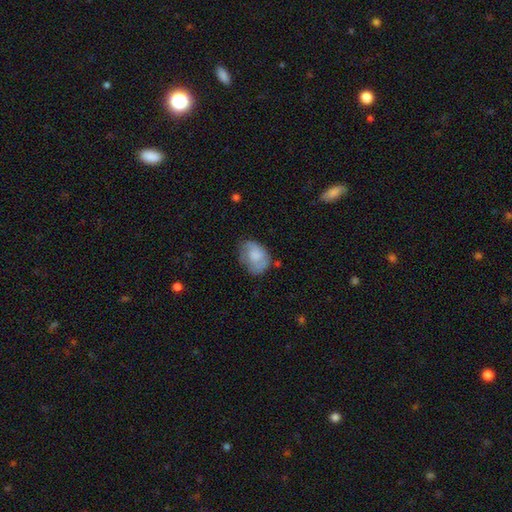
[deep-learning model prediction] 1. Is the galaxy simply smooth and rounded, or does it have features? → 65% smooth, 28% featured or disk, 7% star or artifact.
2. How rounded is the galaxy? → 73% in between, 26% round, 1% cigar-shaped.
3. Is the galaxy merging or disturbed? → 49% none, 33% minor disturbance, 15% major disturbance, 3% merger.